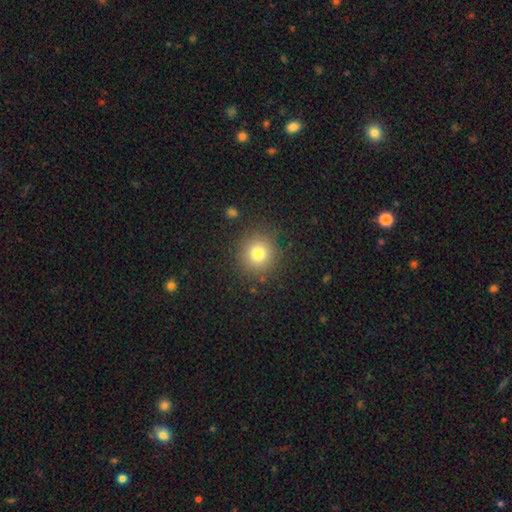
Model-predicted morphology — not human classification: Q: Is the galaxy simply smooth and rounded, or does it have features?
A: smooth — 79%.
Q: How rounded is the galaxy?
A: round — 93%.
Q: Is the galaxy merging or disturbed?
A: none — 90%.